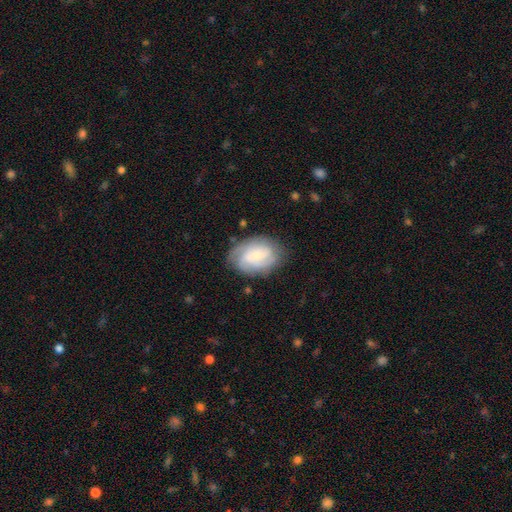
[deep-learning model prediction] A featured or disk galaxy (65%) with no bar (61%), tight (56%) spiral arms (91%) and a small central bulge (57%).

Vote fractions:
- Smooth or featured? featured or disk: 65% / smooth: 28% / star or artifact: 7%
- Edge-on disk? no: 97% / yes: 3%
- Bar? no: 61% / weak: 33% / strong: 7%
- Spiral arms? yes: 91% / no: 9%
- Spiral winding? tight: 56% / medium: 34% / loose: 10%
- Spiral arm count? can't tell: 34% / 2: 26% / 3: 24% / 4: 7% / 1: 5% / more than 4: 4%
- Bulge size? small: 57% / moderate: 24% / none: 11% / large: 5% / dominant: 2%
- Merging? none: 72% / minor disturbance: 19% / major disturbance: 7% / merger: 2%